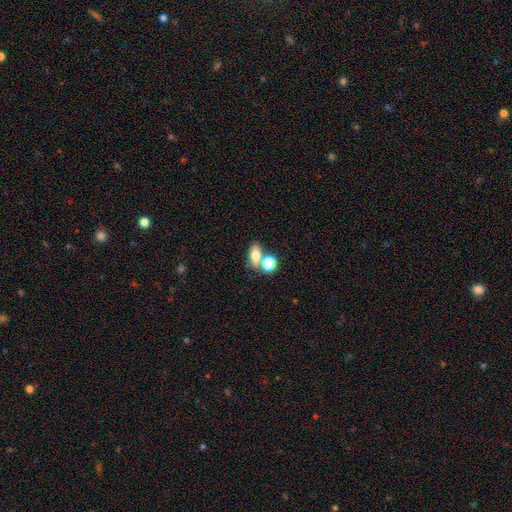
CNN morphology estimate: smooth_or_featured: smooth (p=0.71) [alt: featured or disk p=0.18]
how_rounded: in between (p=0.74) [alt: round p=0.17]
merging: none (p=0.47) [alt: merger p=0.38]